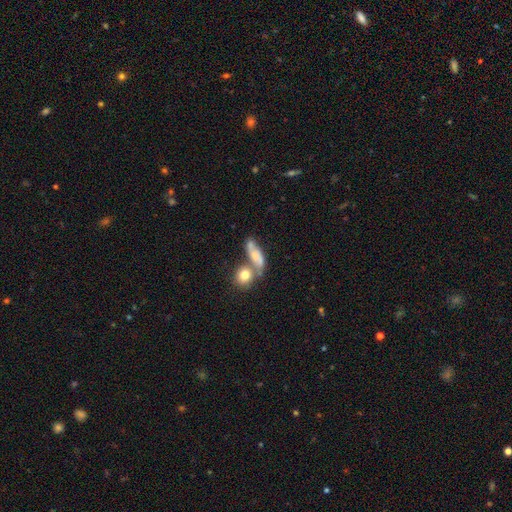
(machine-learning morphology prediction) Smooth or featured? Predicted: smooth (p=0.49). Merging? Predicted: merger (p=0.42).